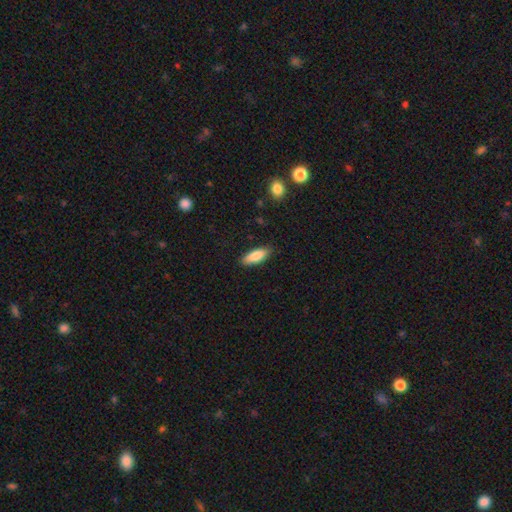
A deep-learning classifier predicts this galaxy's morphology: This is clearly a smooth galaxy (83%). How rounded: likely in between (66%). Merging: clearly none (86%).